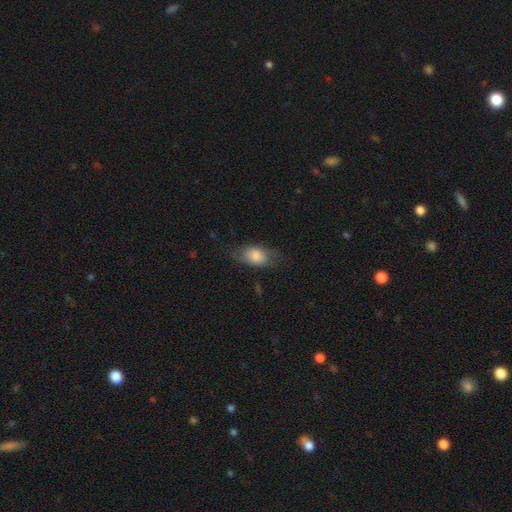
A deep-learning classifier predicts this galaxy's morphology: Smooth or featured? smooth (74%)
How rounded? in between (84%)
Merging? none (62%)